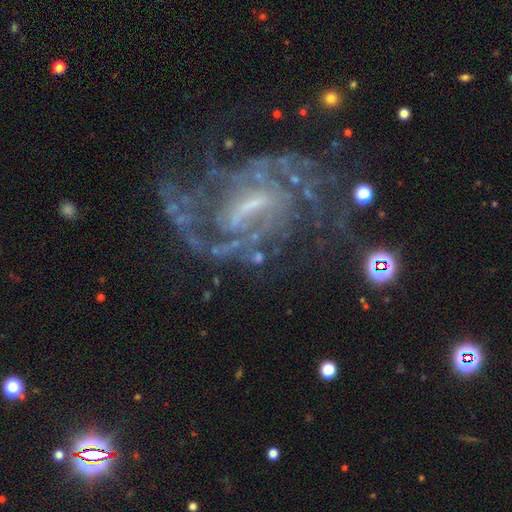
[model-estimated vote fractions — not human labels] This is clearly a featured or disk galaxy (80%). It is clearly not viewed edge-on (96%). Bar: marginally strong (43%). Spiral arm pattern: clearly yes (84%). Spiral arm count: marginally can't tell (34%). Spiral winding: marginally medium (40%, tied with tight). Central bulge: possibly small (49%). Merging: possibly none (51%).